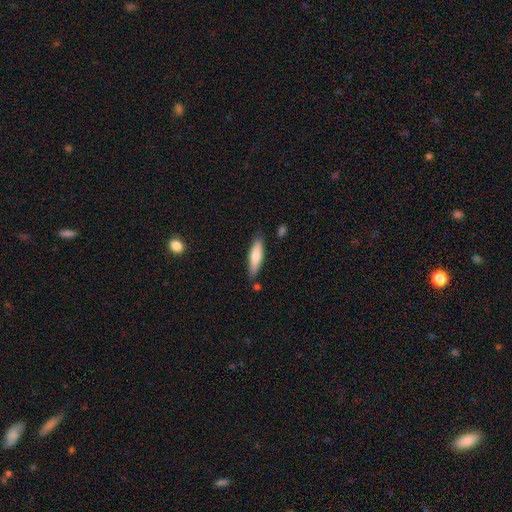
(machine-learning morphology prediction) smooth-or-featured: smooth: 72% | featured or disk: 22% | star or artifact: 6%
  how-rounded: cigar-shaped: 65% | in between: 33% | round: 2%
  merging: none: 81% | minor disturbance: 13% | merger: 4% | major disturbance: 2%